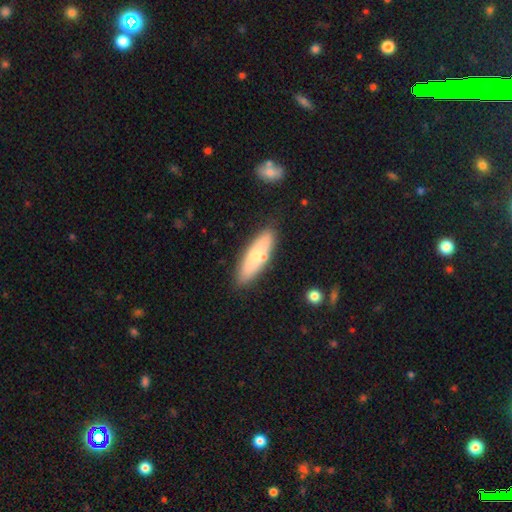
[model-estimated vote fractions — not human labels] Smooth or featured: smooth — 66% (featured or disk — 28%)
How rounded: cigar-shaped — 54% (in between — 44%)
Merging: none — 79% (minor disturbance — 12%)